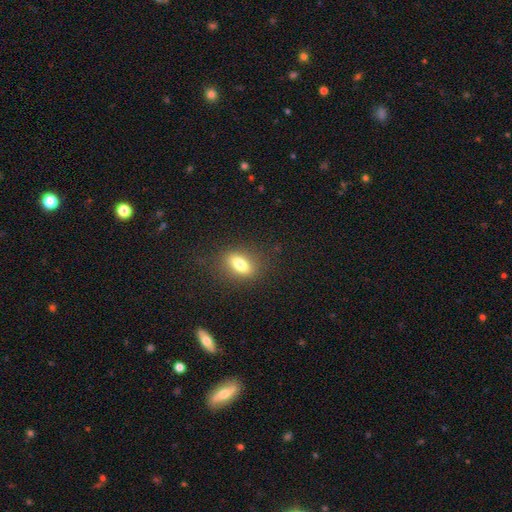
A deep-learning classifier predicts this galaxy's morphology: Smooth or featured? smooth (66%)
How rounded? in between (66%)
Merging? none (83%)